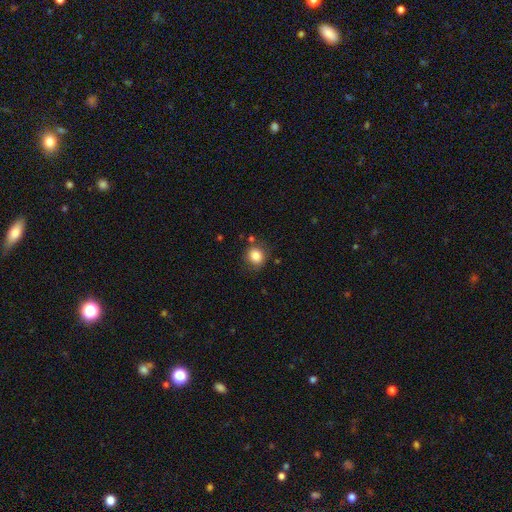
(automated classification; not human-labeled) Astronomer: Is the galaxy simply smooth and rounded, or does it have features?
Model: smooth — 83%.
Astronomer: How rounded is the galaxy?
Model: round — 82%.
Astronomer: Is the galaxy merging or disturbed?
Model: none — 80%.